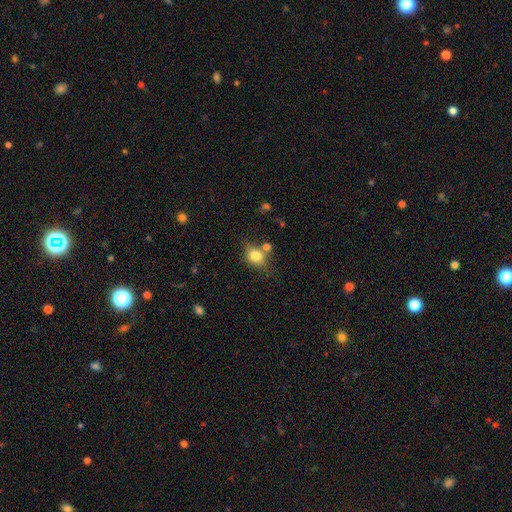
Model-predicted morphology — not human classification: A smooth galaxy with no disk features (76%) that is in between round and cigar-shaped (55%). Merging: none (57%).